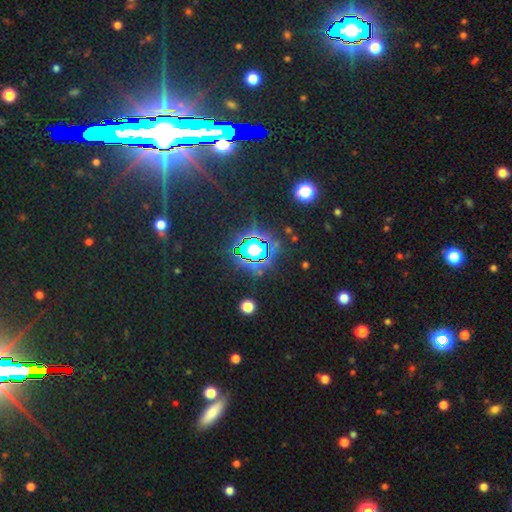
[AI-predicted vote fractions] smooth_or_featured: star or artifact (p=0.79) [alt: smooth p=0.11]